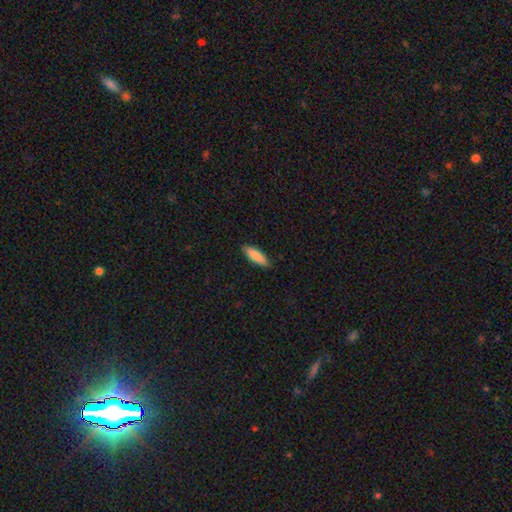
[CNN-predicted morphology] This is clearly a smooth galaxy (87%). How rounded: possibly cigar-shaped (53%). Merging: clearly none (87%).